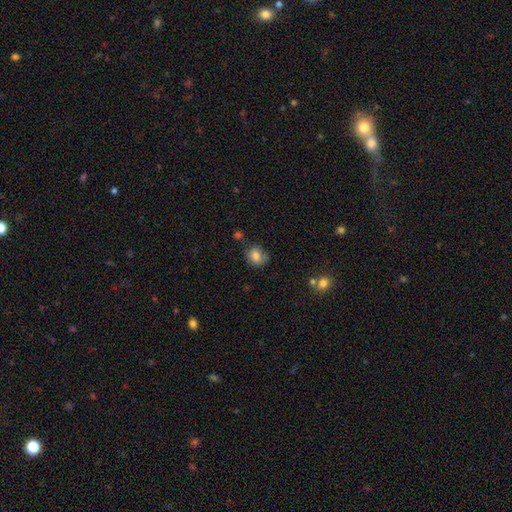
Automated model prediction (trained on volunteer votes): Overall: smooth (77%). How rounded: round (63%; in between 36%). Merging: none (62%; minor disturbance 24%).